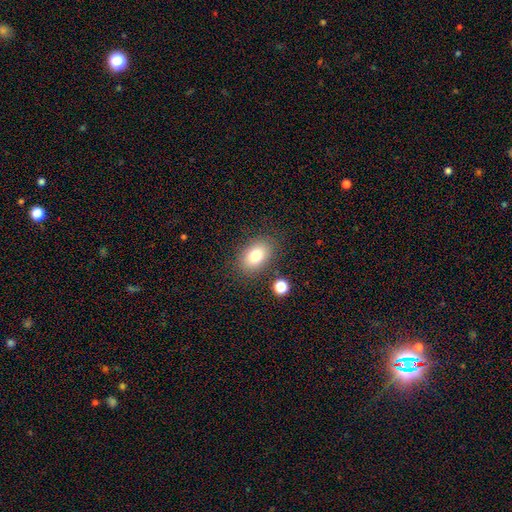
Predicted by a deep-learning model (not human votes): This appears to be a smooth galaxy with no disk features (78%) that is in between round and cigar-shaped (82%). Merging: none (82%).